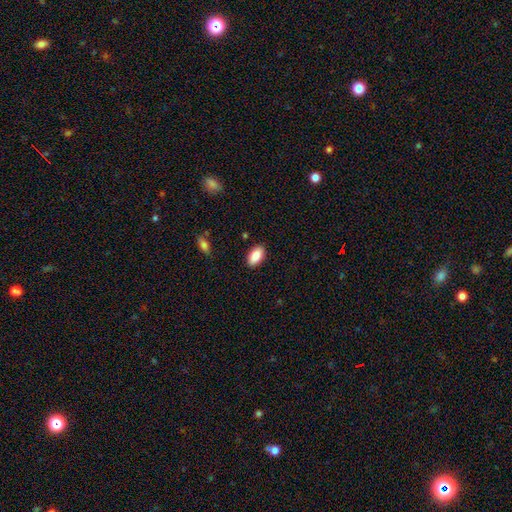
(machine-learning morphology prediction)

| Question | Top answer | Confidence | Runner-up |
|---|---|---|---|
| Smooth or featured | smooth | 87% | star or artifact (7%) |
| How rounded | in between | 94% | cigar-shaped (3%) |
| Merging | none | 88% | minor disturbance (9%) |